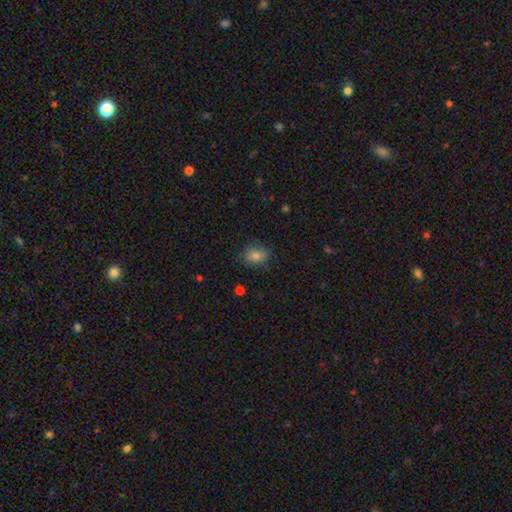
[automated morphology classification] A smooth galaxy with no disk features (77%) that is in between round and cigar-shaped (58%).

Vote fractions:
- Smooth or featured? smooth: 77% / star or artifact: 13% / featured or disk: 10%
- How rounded? in between: 58% / round: 41% / cigar-shaped: 1%
- Merging? none: 78% / minor disturbance: 16% / major disturbance: 4% / merger: 1%